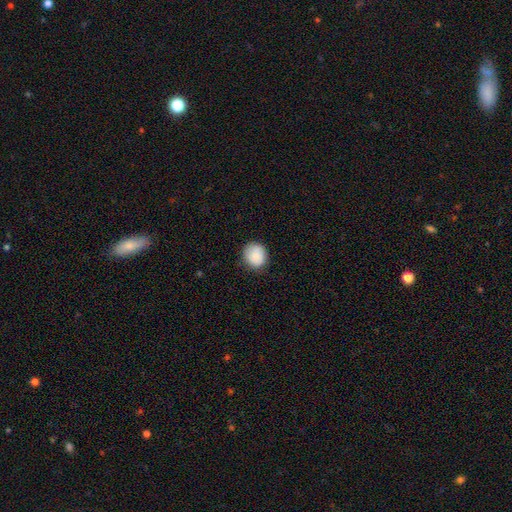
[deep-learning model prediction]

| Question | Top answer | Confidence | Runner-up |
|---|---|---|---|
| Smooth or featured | smooth | 89% | star or artifact (7%) |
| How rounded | round | 78% | in between (21%) |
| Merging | none | 85% | minor disturbance (12%) |